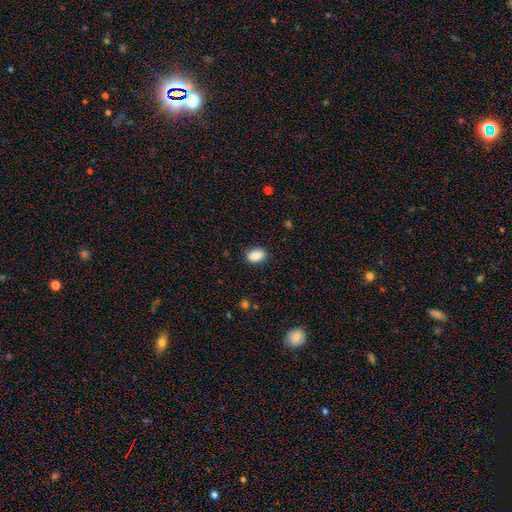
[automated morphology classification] A smooth galaxy with no disk features (88%) that is in between round and cigar-shaped (85%).

Vote fractions:
- Smooth or featured? smooth: 88% / star or artifact: 8% / featured or disk: 4%
- How rounded? in between: 85% / round: 13% / cigar-shaped: 2%
- Merging? none: 87% / minor disturbance: 10% / major disturbance: 2% / merger: 1%